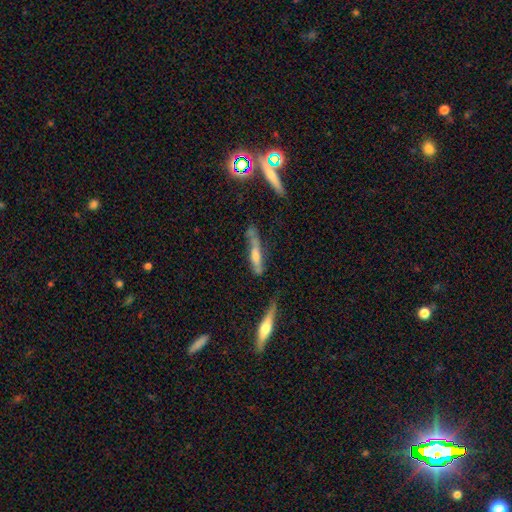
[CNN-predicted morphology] featured or disk 52%, smooth 37%, star or artifact 11%. Down the decision tree: edge-on disk — yes (76%); merging — none (48%).